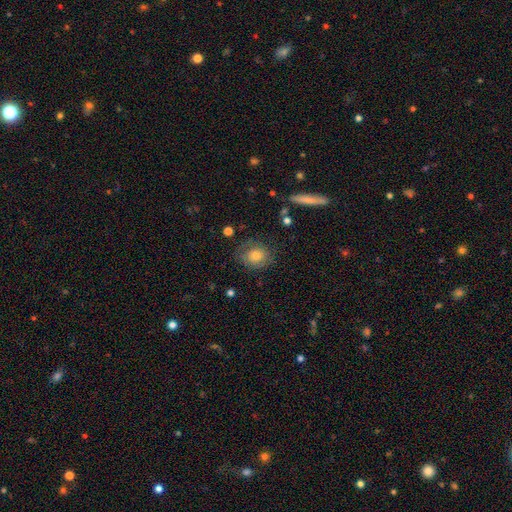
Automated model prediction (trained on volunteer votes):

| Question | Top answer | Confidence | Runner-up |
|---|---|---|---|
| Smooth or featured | smooth | 60% | featured or disk (29%) |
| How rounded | round | 69% | in between (30%) |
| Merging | none | 71% | minor disturbance (18%) |